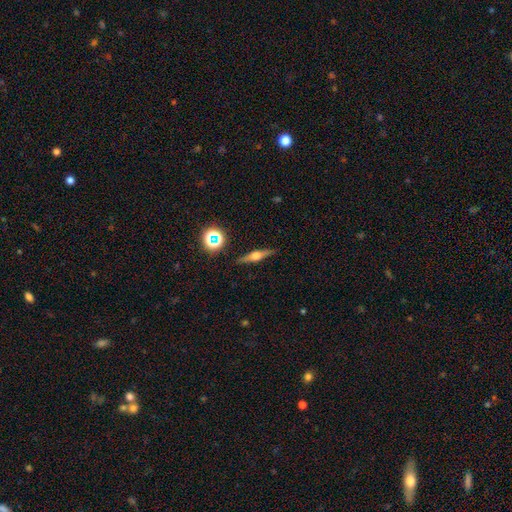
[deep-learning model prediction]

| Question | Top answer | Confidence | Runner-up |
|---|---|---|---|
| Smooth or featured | featured or disk | 68% | smooth (22%) |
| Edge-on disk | yes | 97% | no (3%) |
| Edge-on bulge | rounded | 87% | boxy (10%) |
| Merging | none | 88% | minor disturbance (8%) |